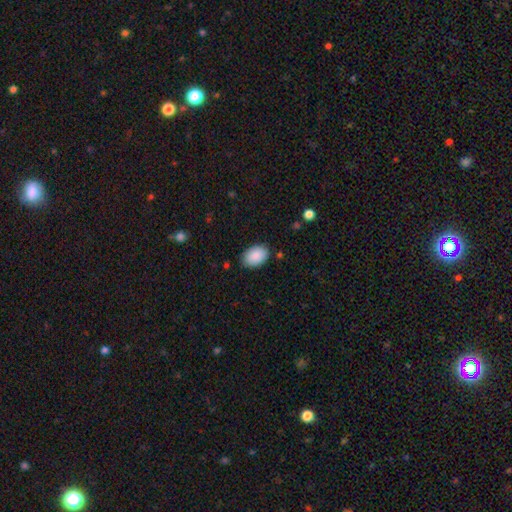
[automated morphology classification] Smooth or featured?
  - smooth: 90% *
  - star or artifact: 6%
  - featured or disk: 4%
How rounded?
  - in between: 87% *
  - round: 12%
  - cigar-shaped: 1%
Merging?
  - none: 84% *
  - minor disturbance: 12%
  - major disturbance: 3%
  - merger: 1%